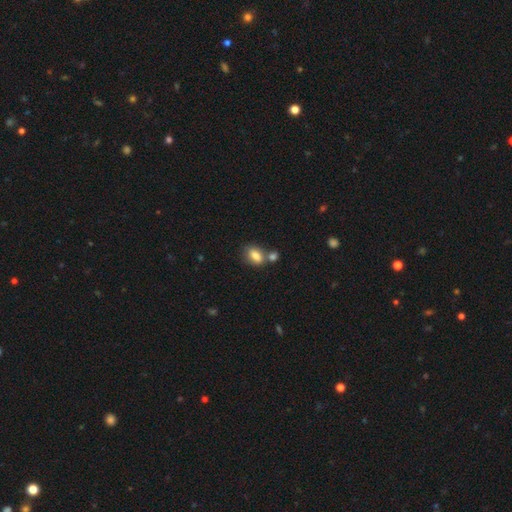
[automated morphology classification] smooth-or-featured: smooth: 82% | featured or disk: 10% | star or artifact: 9%
  how-rounded: in between: 83% | round: 15% | cigar-shaped: 3%
  merging: none: 46% | merger: 36% | minor disturbance: 13% | major disturbance: 5%